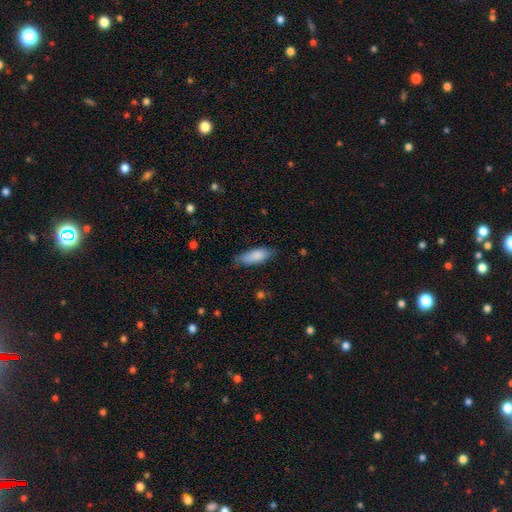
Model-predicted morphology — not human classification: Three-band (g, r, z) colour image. It shows a smooth galaxy with no disk features (85%) that is in between round and cigar-shaped (71%). Merging: none (73%).